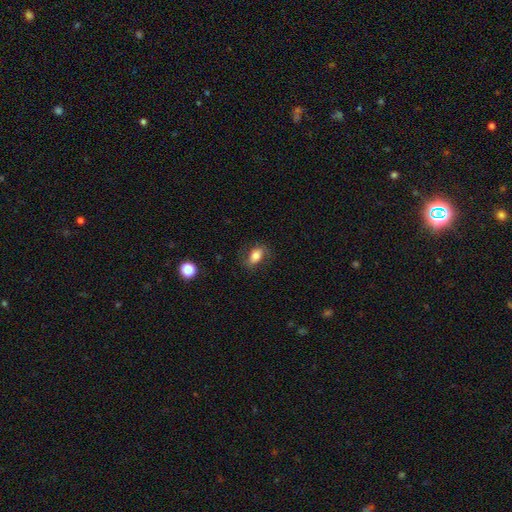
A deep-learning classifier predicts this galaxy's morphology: type=smooth (72%); roundness=in between (84%); merging=none (74%).